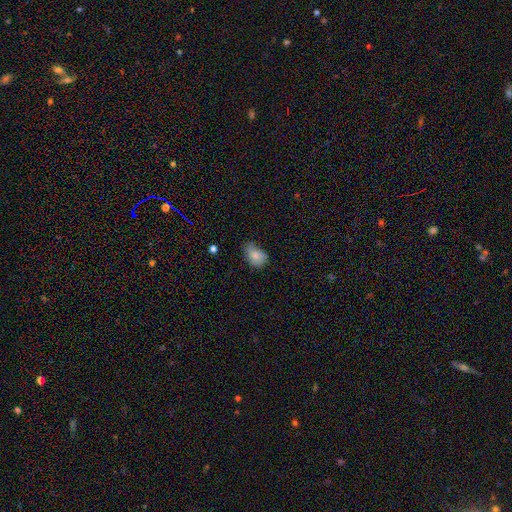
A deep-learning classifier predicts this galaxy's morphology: smooth 81%, featured or disk 10%, star or artifact 9%. Down the decision tree: how rounded — in between (76%); merging — minor disturbance (44%).